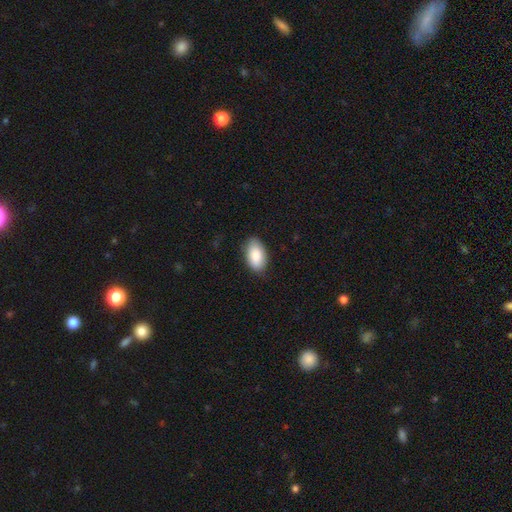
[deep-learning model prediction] smooth-or-featured: smooth: 85% | featured or disk: 8% | star or artifact: 6%
  how-rounded: in between: 94% | round: 4% | cigar-shaped: 2%
  merging: none: 83% | minor disturbance: 14% | major disturbance: 3% | merger: 1%